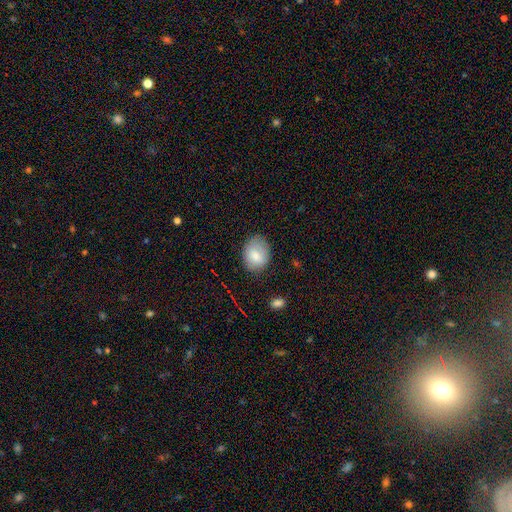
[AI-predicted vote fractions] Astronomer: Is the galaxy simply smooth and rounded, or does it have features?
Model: smooth — 82%.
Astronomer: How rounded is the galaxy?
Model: in between — 66%.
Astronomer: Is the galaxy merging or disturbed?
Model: none — 73%.